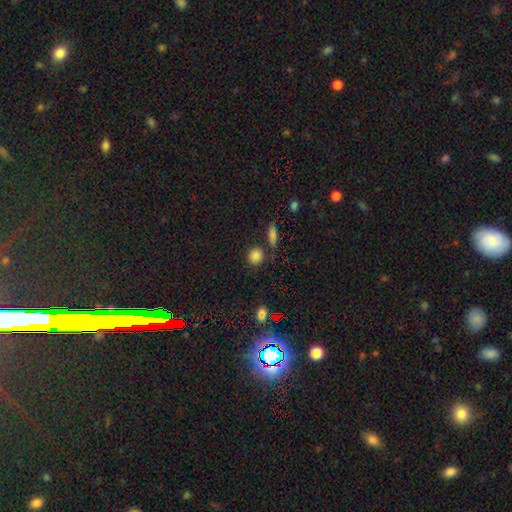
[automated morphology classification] smooth_or_featured: smooth (p=0.84) [alt: star or artifact p=0.12]
how_rounded: round (p=0.85) [alt: in between p=0.13]
merging: none (p=0.81) [alt: minor disturbance p=0.09]